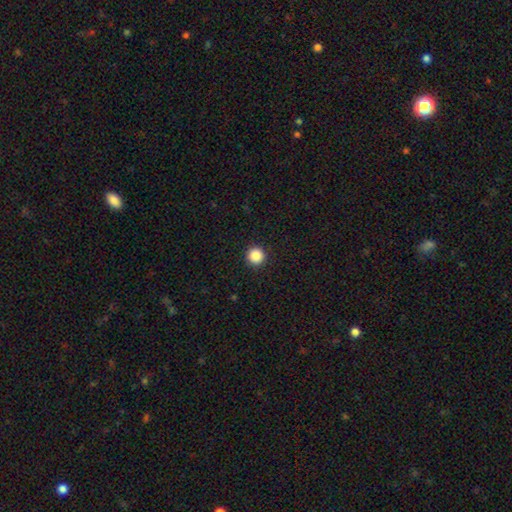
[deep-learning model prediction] A smooth galaxy with no disk features (88%) that is round (96%). Merging: none (94%).